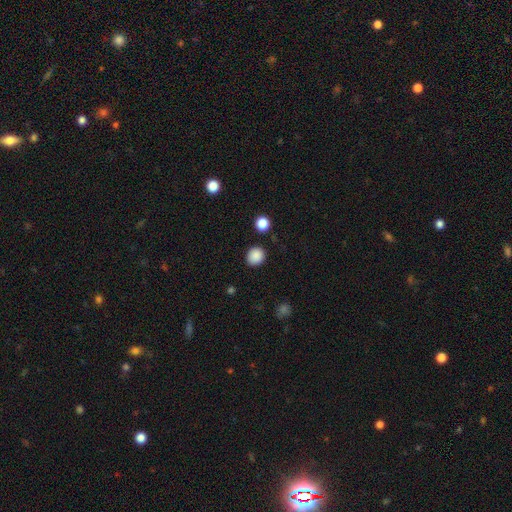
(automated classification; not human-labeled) This appears to be a smooth galaxy with no disk features (88%) that is round (78%). Merging: none (88%).